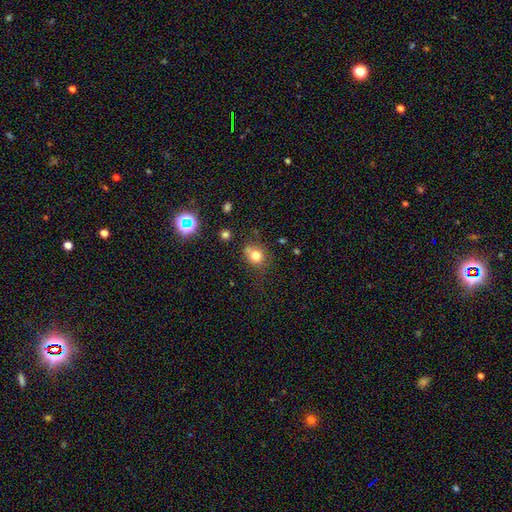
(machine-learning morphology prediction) This is likely a smooth galaxy (76%). How rounded: likely round (75%). Merging: possibly none (60%).